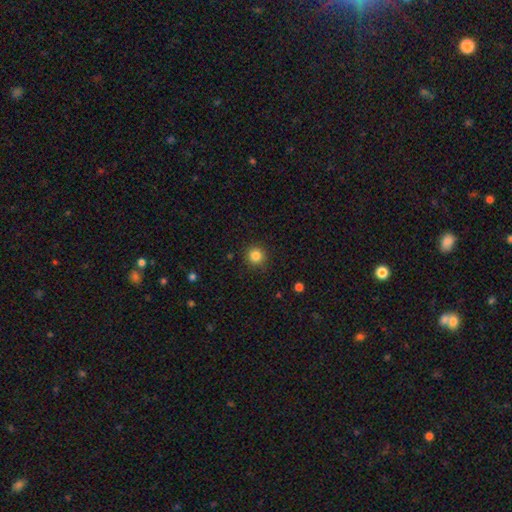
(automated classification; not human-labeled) This is clearly a smooth galaxy (84%). How rounded: clearly round (95%). Merging: clearly none (89%).